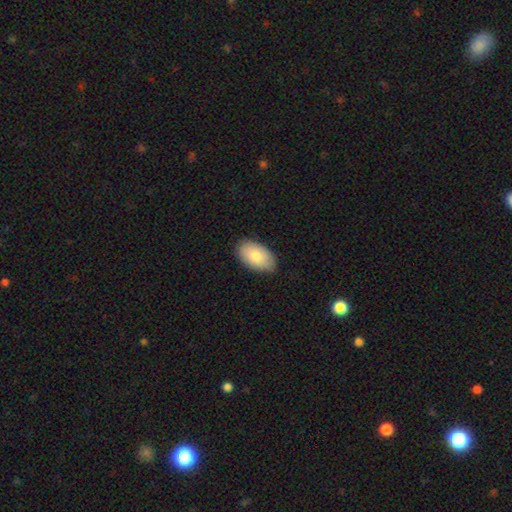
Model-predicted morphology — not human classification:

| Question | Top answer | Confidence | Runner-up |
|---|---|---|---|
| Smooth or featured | smooth | 81% | featured or disk (13%) |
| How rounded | in between | 95% | round (4%) |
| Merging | none | 83% | minor disturbance (14%) |